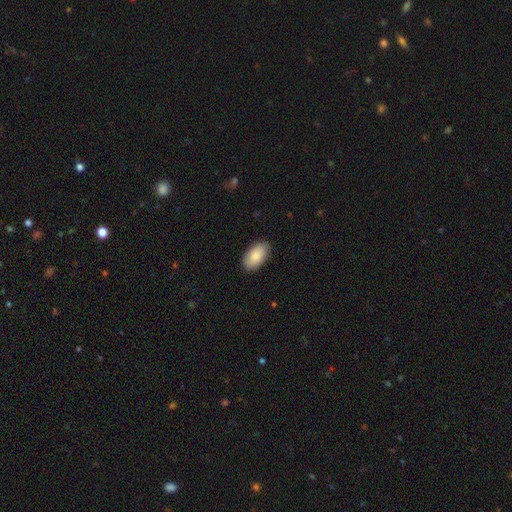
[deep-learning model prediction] Overall: smooth (87%). How rounded: in between (95%). Merging: none (87%).